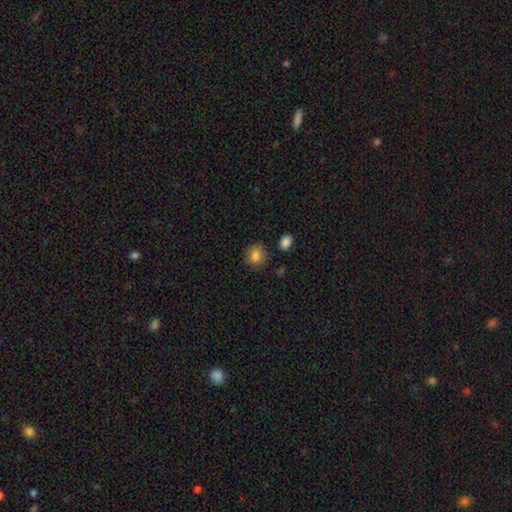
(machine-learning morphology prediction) type=smooth (83%); roundness=round (72%); merging=none (80%).